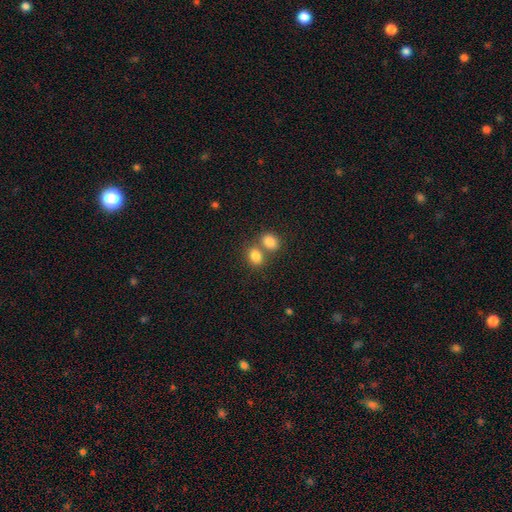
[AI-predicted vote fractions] Smooth or featured: smooth — 83% (star or artifact — 10%)
How rounded: in between — 62% (round — 37%)
Merging: merger — 44% (tied with none — 44%)